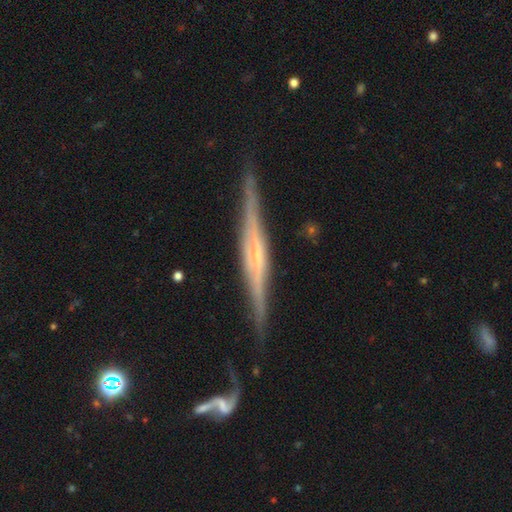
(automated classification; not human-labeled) Overall: featured or disk (84%). Edge-on disk: yes (97%). Edge-on bulge: rounded (41%; boxy 30%). Merging: none (82%).